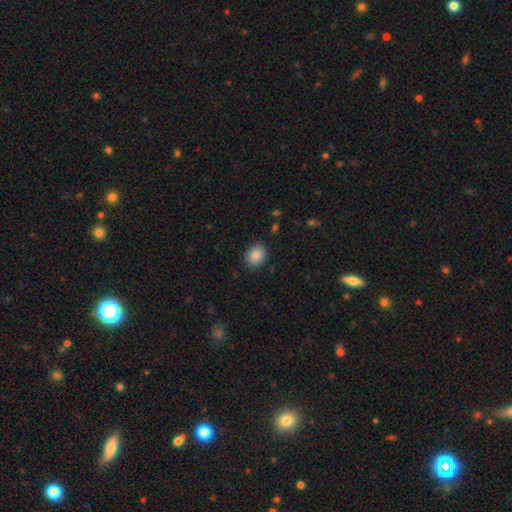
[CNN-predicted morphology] This appears to be a smooth galaxy with no disk features (88%) that is in between round and cigar-shaped (50%). Merging: none (87%).